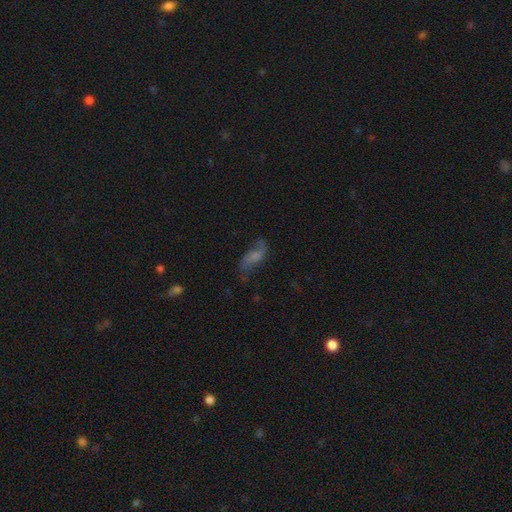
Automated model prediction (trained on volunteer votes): smooth_or_featured: featured or disk (p=0.62) [alt: smooth p=0.27]
disk_edge_on: no (p=0.90) [alt: yes p=0.10]
bar: no (p=0.51) [alt: weak p=0.37]
has_spiral_arms: yes (p=0.89) [alt: no p=0.11]
bulge_size: none (p=0.34) [alt: small p=0.32]
merging: none (p=0.65) [alt: minor disturbance p=0.20]